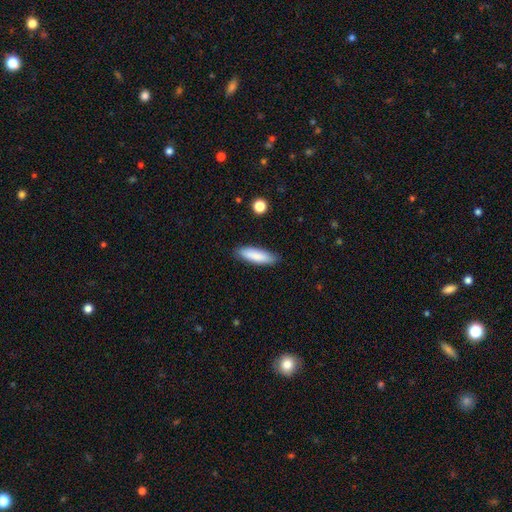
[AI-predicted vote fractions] Smooth or featured?
  - smooth: 85% *
  - featured or disk: 10%
  - star or artifact: 6%
How rounded?
  - cigar-shaped: 61% *
  - in between: 38%
  - round: 1%
Merging?
  - none: 86% *
  - minor disturbance: 11%
  - major disturbance: 2%
  - merger: 1%